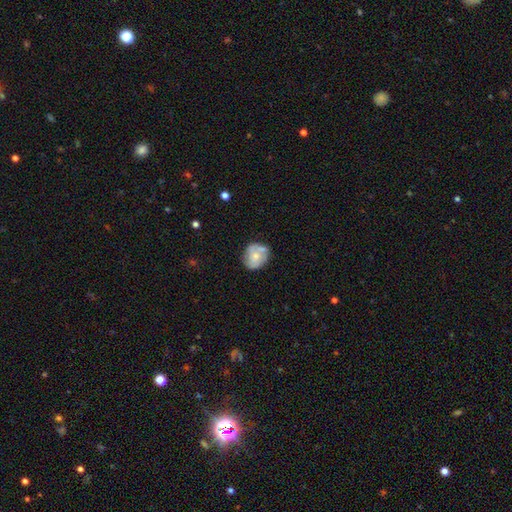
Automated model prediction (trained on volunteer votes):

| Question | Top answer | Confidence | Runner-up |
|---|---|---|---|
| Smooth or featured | smooth | 55% | featured or disk (38%) |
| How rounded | round | 65% | in between (34%) |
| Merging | none | 54% | minor disturbance (25%) |